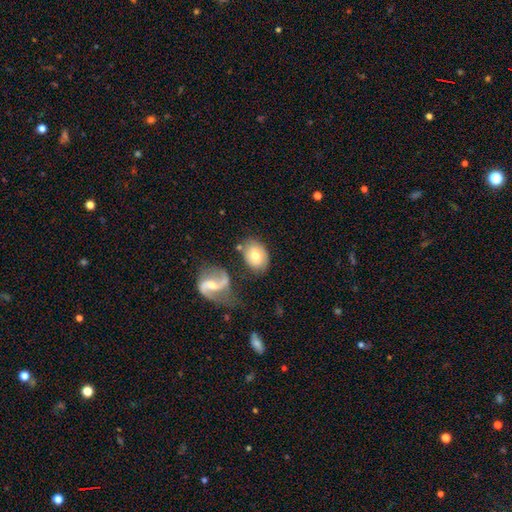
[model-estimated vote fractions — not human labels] This is likely a smooth galaxy (60%). How rounded: likely in between (61%). Merging: likely none (68%).